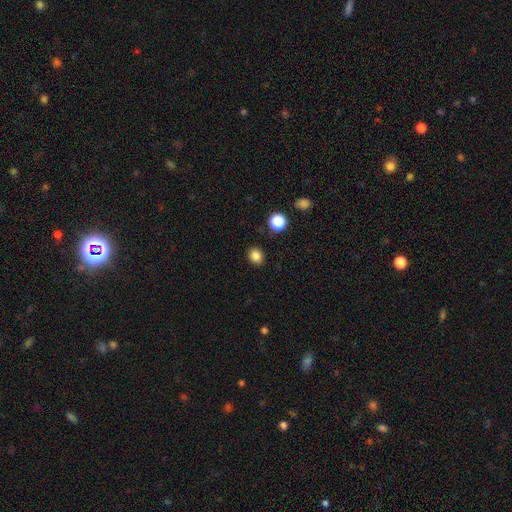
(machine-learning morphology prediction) A smooth galaxy with no disk features (84%) that is round (67%). Merging: none (89%).